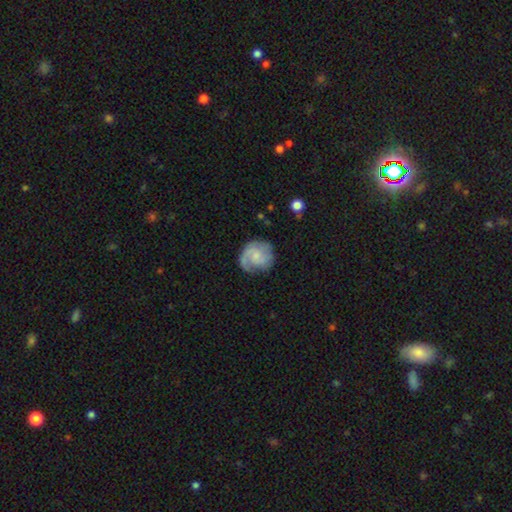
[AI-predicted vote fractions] Q: Smooth or featured?
A: featured or disk (66%); runner-up: smooth (28%)
Q: Edge-on disk?
A: no (98%); runner-up: yes (2%)
Q: Bar?
A: no (64%); runner-up: weak (32%)
Q: Spiral arms?
A: yes (92%); runner-up: no (8%)
Q: Spiral winding?
A: medium (42%); runner-up: tight (38%)
Q: Spiral arm count?
A: 2 (50%); runner-up: 1 (27%)
Q: Bulge size?
A: small (54%); runner-up: moderate (22%)
Q: Merging?
A: none (66%); runner-up: minor disturbance (21%)